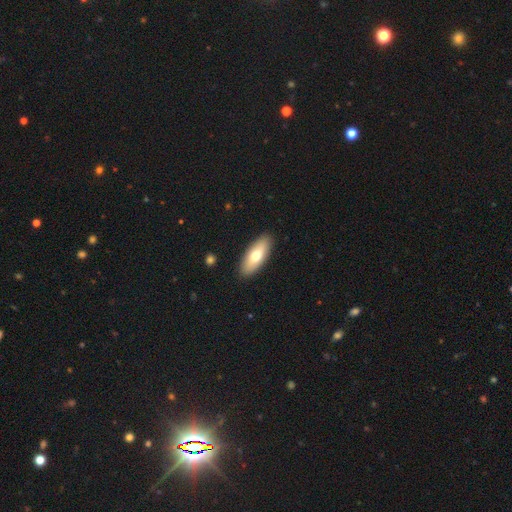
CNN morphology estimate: type=smooth (68%); roundness=in between (77%); merging=none (90%).